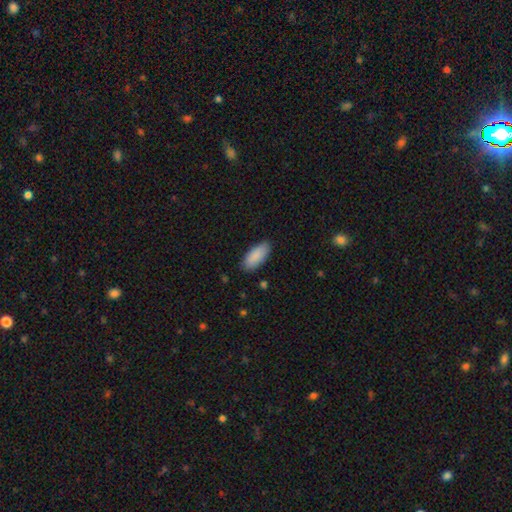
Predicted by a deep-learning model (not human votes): A smooth galaxy with no disk features (89%) that is in between round and cigar-shaped (87%). Merging: none (85%).